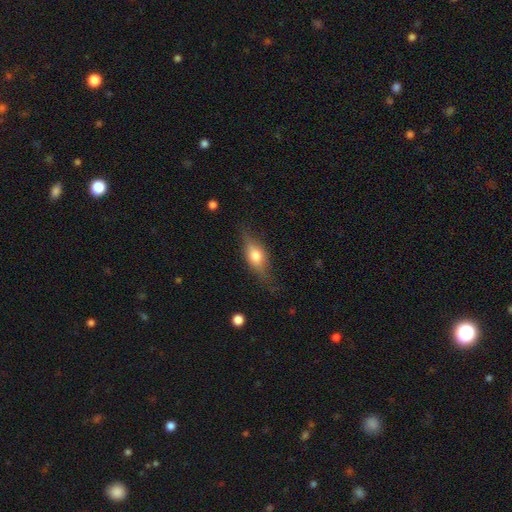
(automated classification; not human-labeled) The model was most divided on "smooth or featured": smooth: 57%, featured or disk: 35%, star or artifact: 8%. More confident: merging — none (72%); how rounded — in between (68%).